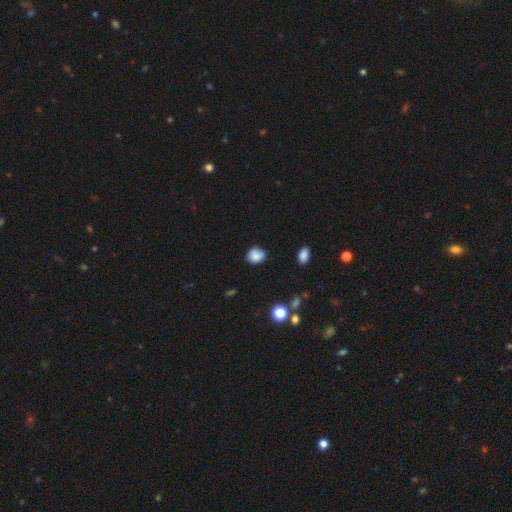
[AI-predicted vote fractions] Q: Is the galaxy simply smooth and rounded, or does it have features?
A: smooth — 84%.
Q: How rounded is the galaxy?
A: round — 73%.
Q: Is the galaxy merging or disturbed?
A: none — 66%.